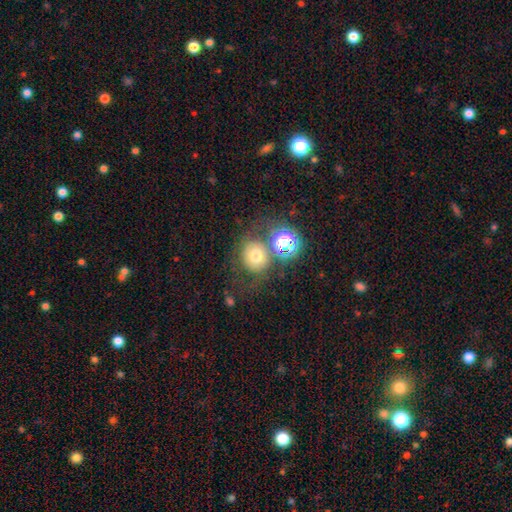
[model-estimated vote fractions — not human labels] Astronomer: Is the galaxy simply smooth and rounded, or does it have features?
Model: smooth — 59%.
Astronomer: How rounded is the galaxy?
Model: round — 82%.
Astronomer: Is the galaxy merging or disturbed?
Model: none — 56%.